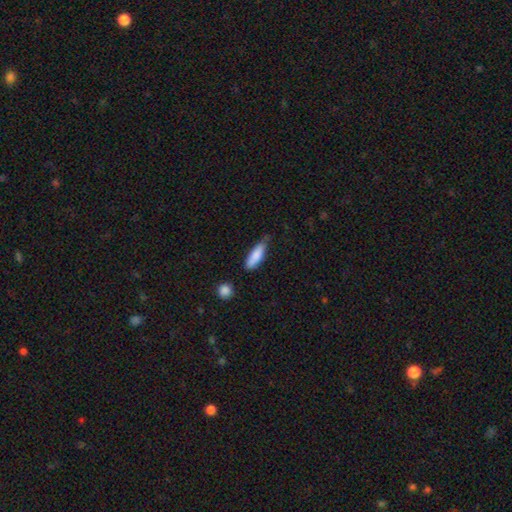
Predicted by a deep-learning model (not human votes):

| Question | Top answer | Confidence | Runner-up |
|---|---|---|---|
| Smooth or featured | smooth | 83% | featured or disk (11%) |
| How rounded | cigar-shaped | 52% | in between (46%) |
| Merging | none | 61% | minor disturbance (30%) |